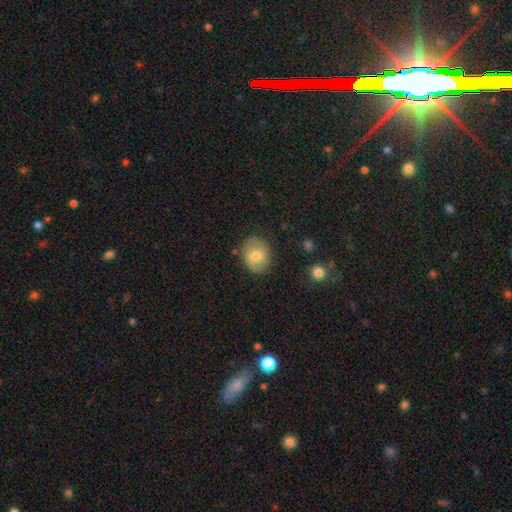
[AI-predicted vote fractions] The model was most divided on "how rounded": round: 53%, in between: 46%, cigar-shaped: 1%. More confident: merging — none (82%); smooth or featured — smooth (69%).